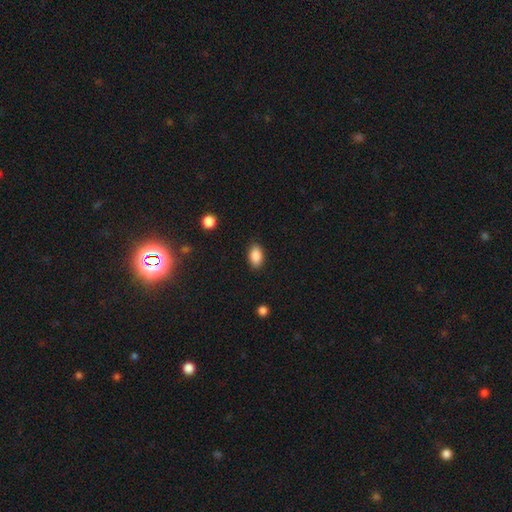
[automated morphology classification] type=smooth (88%); roundness=in between (90%); merging=none (87%).